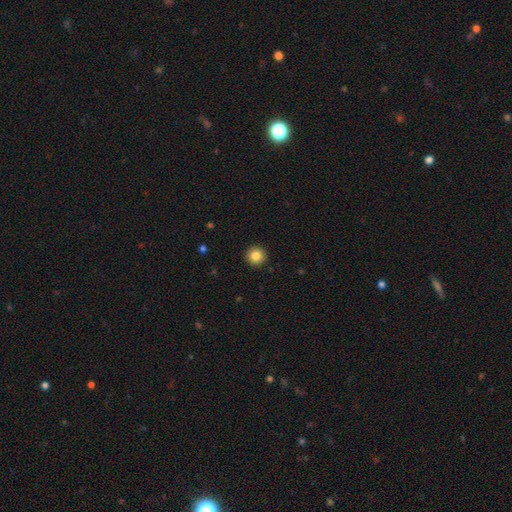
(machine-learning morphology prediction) A smooth galaxy with no disk features (85%) that is round (96%).

Vote fractions:
- Smooth or featured? smooth: 85% / star or artifact: 10% / featured or disk: 6%
- How rounded? round: 96% / in between: 3% / cigar-shaped: 1%
- Merging? none: 93% / minor disturbance: 5% / major disturbance: 1% / merger: 1%